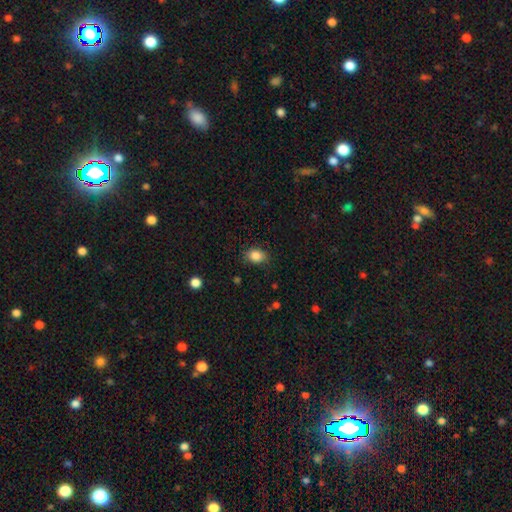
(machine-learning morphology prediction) smooth_or_featured: smooth (p=0.86) [alt: star or artifact p=0.09]
how_rounded: in between (p=0.67) [alt: round p=0.32]
merging: none (p=0.80) [alt: minor disturbance p=0.15]